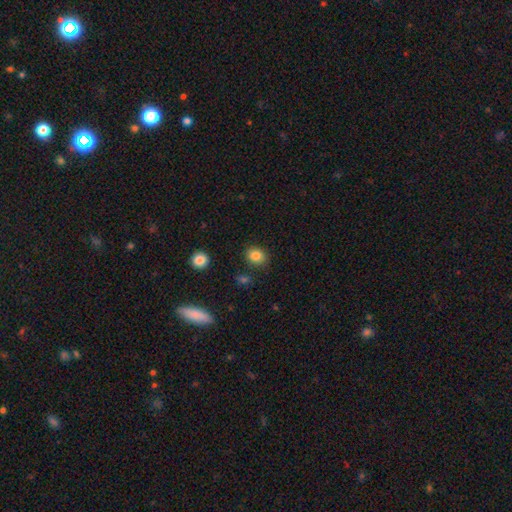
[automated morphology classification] A smooth galaxy with no disk features (84%) that is round (60%). Merging: none (85%).